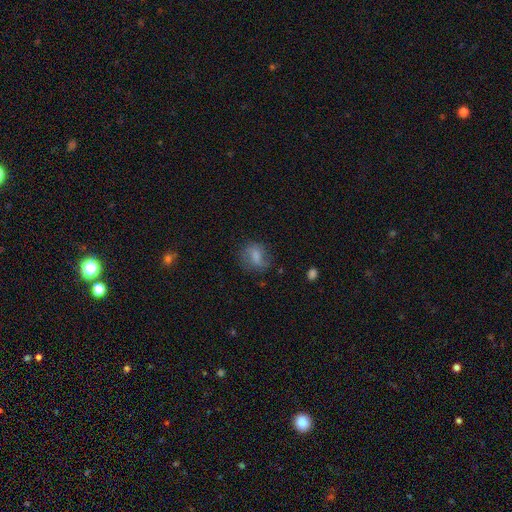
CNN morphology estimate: type=smooth (66%); roundness=round (50%); merging=none (59%).